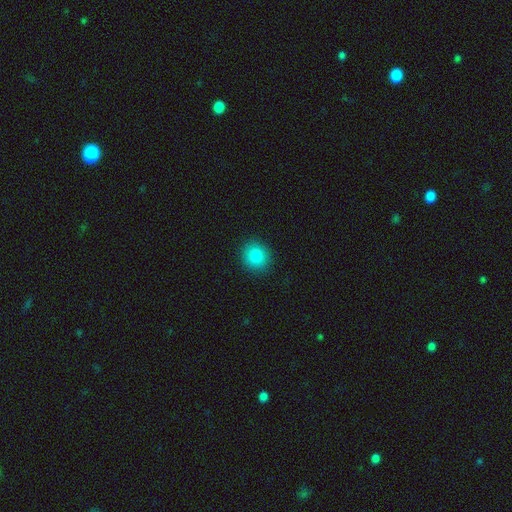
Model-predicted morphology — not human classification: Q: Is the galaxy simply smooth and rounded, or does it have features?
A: smooth — 85%.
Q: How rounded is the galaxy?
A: round — 84%.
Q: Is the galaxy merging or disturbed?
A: none — 90%.